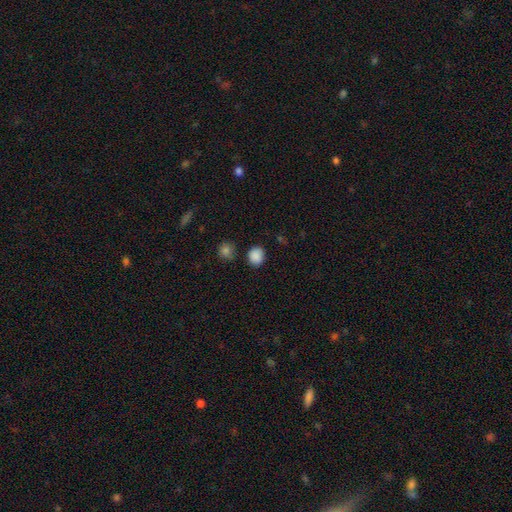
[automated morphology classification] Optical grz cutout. It shows a smooth galaxy with no disk features (87%) that is round (65%). Merging: none (82%).